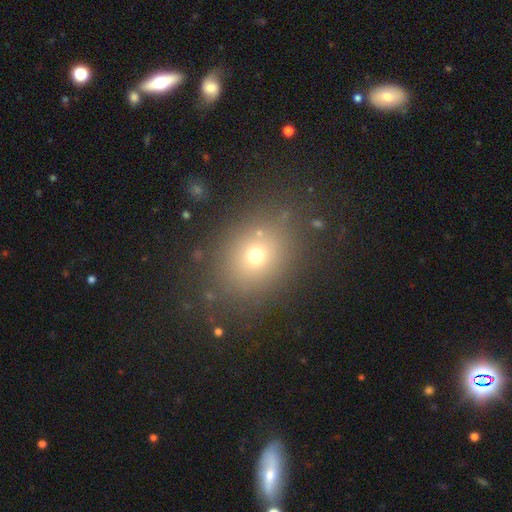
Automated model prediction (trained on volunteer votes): Q: Smooth or featured?
A: smooth (67%); runner-up: star or artifact (21%)
Q: How rounded?
A: round (53%); runner-up: in between (45%)
Q: Merging?
A: none (83%); runner-up: minor disturbance (10%)